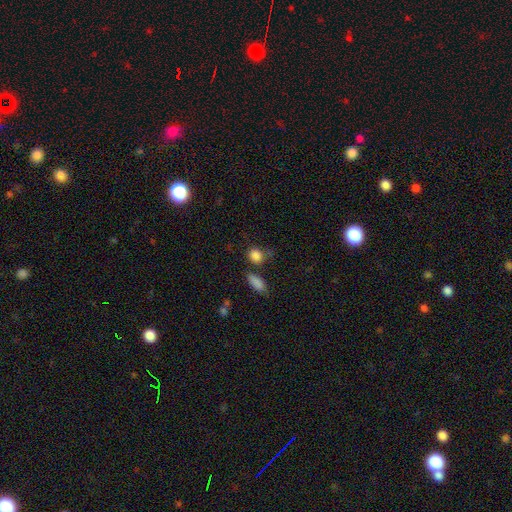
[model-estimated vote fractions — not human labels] Smooth or featured?
  - smooth: 85% *
  - star or artifact: 10%
  - featured or disk: 5%
How rounded?
  - round: 70% *
  - in between: 27%
  - cigar-shaped: 2%
Merging?
  - none: 65% *
  - minor disturbance: 16%
  - merger: 14%
  - major disturbance: 5%